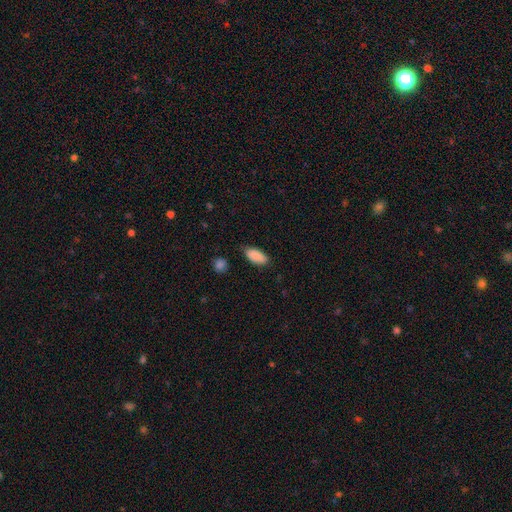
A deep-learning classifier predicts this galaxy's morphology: This appears to be a smooth galaxy with no disk features (89%) that is in between round and cigar-shaped (88%). Merging: none (77%).